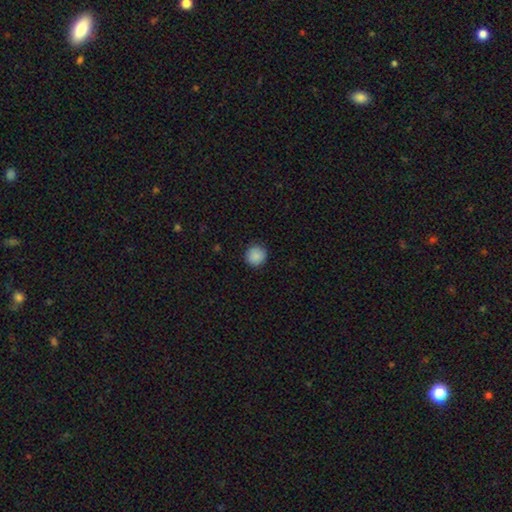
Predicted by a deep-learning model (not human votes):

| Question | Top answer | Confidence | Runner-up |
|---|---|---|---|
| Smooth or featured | smooth | 89% | star or artifact (8%) |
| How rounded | round | 93% | in between (6%) |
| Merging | none | 90% | minor disturbance (7%) |